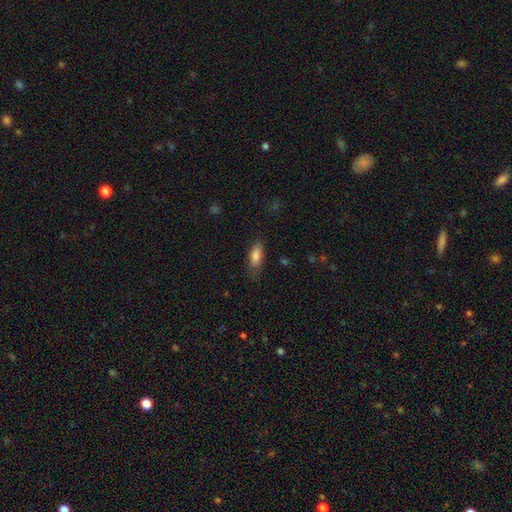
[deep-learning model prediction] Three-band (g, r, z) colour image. It shows a smooth galaxy with no disk features (83%) that is in between round and cigar-shaped (76%). Merging: none (68%).